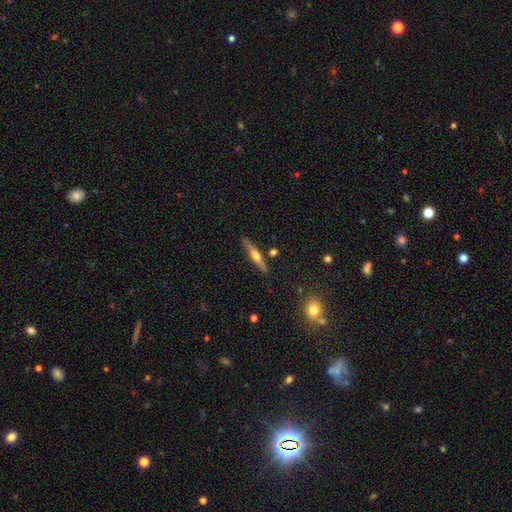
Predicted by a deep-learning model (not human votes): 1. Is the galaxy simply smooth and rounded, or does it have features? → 64% featured or disk, 29% smooth, 6% star or artifact.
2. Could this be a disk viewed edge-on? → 96% yes, 4% no.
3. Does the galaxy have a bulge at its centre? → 92% rounded, 4% boxy, 4% none.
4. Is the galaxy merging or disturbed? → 86% none, 9% minor disturbance, 3% merger, 2% major disturbance.